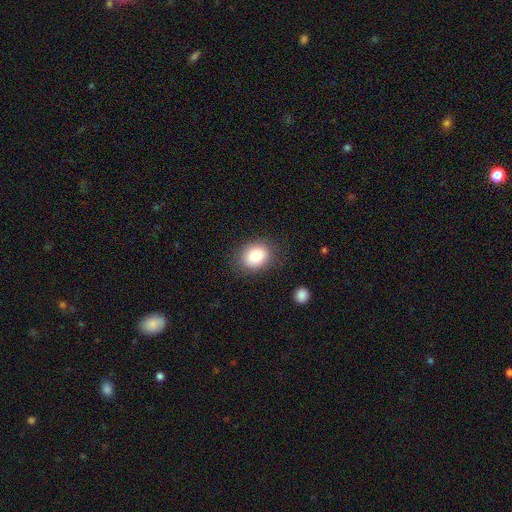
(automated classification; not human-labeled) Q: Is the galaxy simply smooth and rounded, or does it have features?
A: smooth — 84%.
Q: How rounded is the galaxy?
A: round — 52%.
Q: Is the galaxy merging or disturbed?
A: none — 84%.